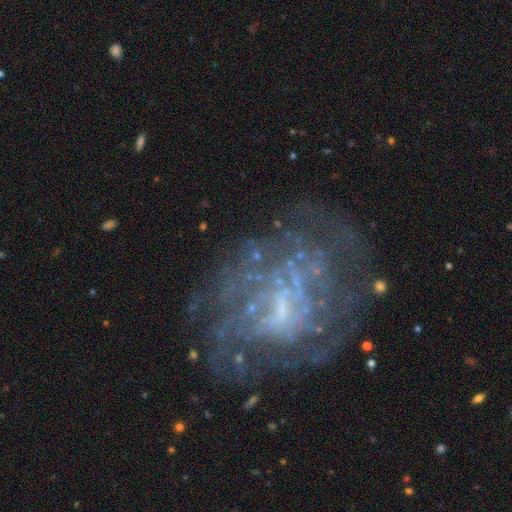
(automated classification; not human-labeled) Q: Smooth or featured?
A: featured or disk (71%); runner-up: star or artifact (16%)
Q: Edge-on disk?
A: no (97%); runner-up: yes (3%)
Q: Bar?
A: no (46%); runner-up: weak (36%)
Q: Spiral arms?
A: yes (53%); runner-up: no (47%)
Q: Bulge size?
A: small (43%); runner-up: none (37%)
Q: Merging?
A: none (52%); runner-up: major disturbance (25%)